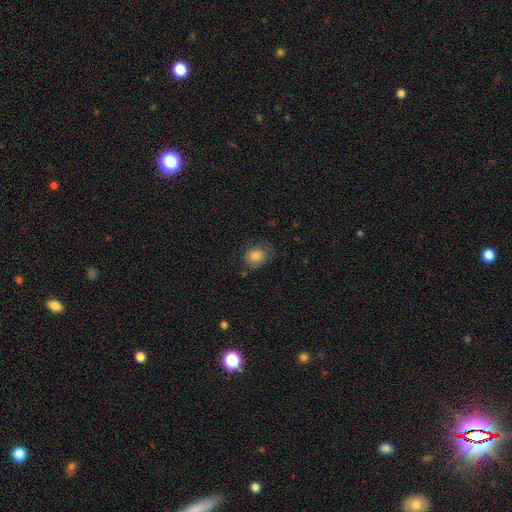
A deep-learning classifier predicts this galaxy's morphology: Overall: smooth (83%). How rounded: round (56%; in between 43%). Merging: none (68%).